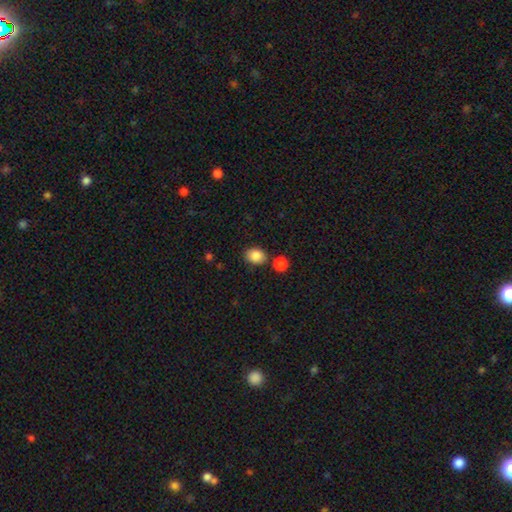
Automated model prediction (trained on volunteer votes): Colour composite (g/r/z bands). It shows a smooth galaxy with no disk features (87%) that is in between round and cigar-shaped (55%). Merging: none (75%).